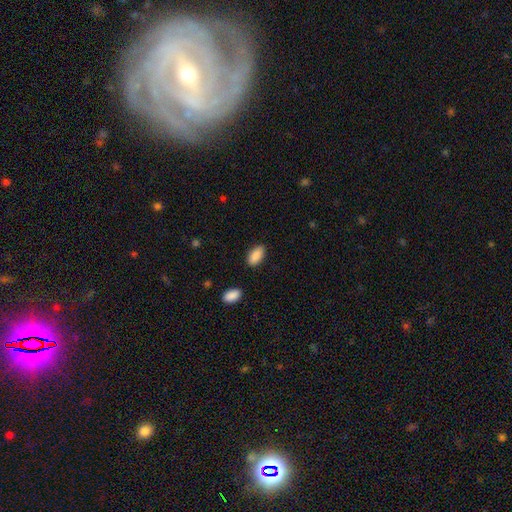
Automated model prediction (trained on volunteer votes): Smooth or featured? smooth (90%)
How rounded? in between (93%)
Merging? none (85%)